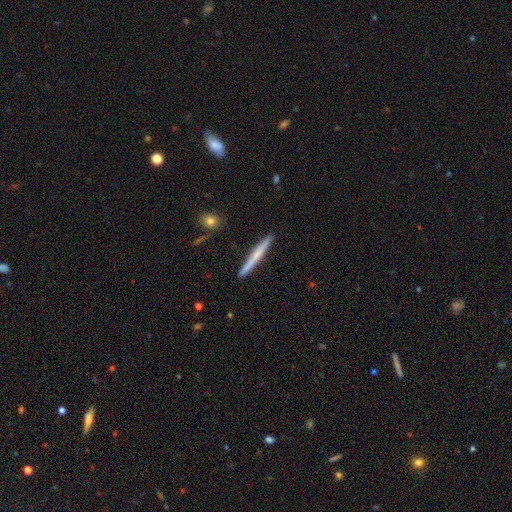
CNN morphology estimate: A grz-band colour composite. It shows a featured or disk galaxy (49%). Merging: none (89%).